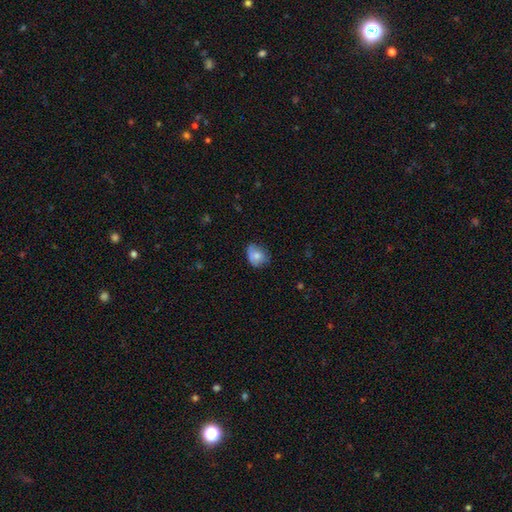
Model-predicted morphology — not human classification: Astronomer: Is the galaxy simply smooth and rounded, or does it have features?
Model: smooth — 74%.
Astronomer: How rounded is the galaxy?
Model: round — 51% (runner-up: in between, 48%).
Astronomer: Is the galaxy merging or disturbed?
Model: none — 51% (runner-up: minor disturbance, 37%).